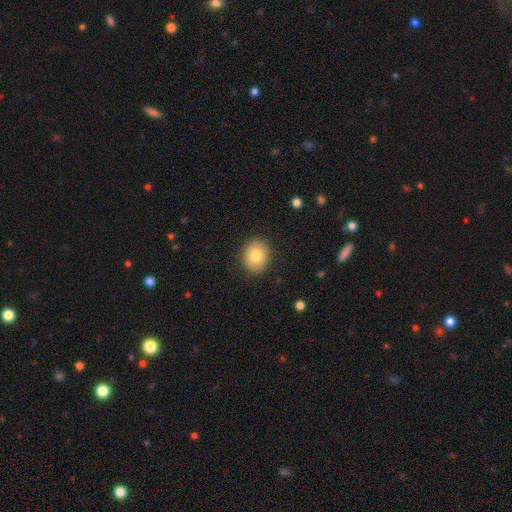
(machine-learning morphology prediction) Smooth or featured? smooth (81%)
How rounded? round (53%)
Merging? none (89%)